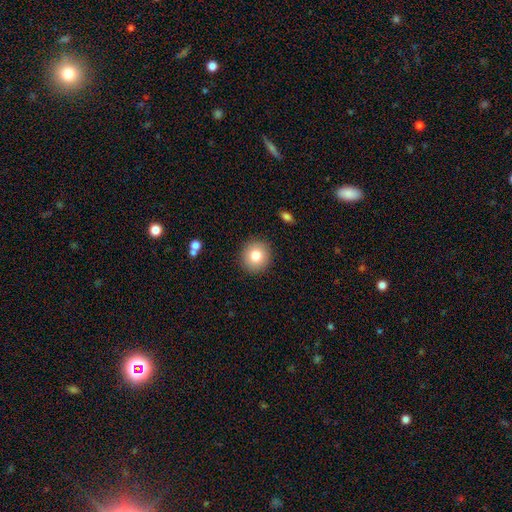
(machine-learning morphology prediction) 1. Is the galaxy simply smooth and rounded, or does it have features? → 80% smooth, 10% featured or disk, 9% star or artifact.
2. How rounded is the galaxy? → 91% round, 8% in between, 1% cigar-shaped.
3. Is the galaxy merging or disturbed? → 91% none, 6% minor disturbance, 2% major disturbance, 1% merger.